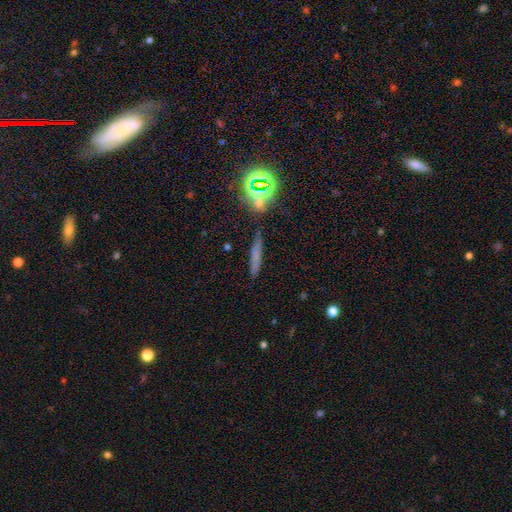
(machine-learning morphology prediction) A smooth galaxy with no disk features (57%) that is cigar-shaped (87%). Merging: none (80%).